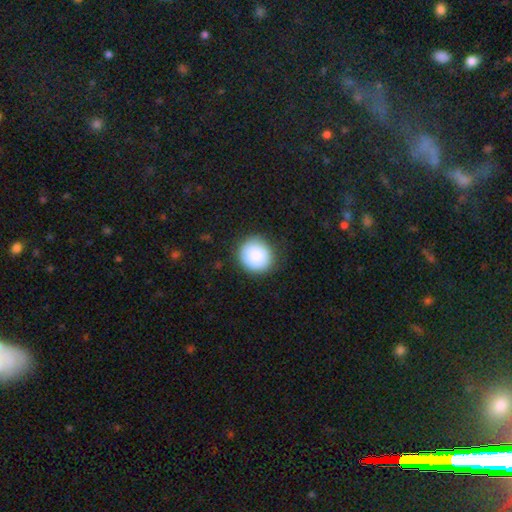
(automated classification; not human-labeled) This appears to be a smooth galaxy with no disk features (86%) that is round (87%). Merging: none (85%).